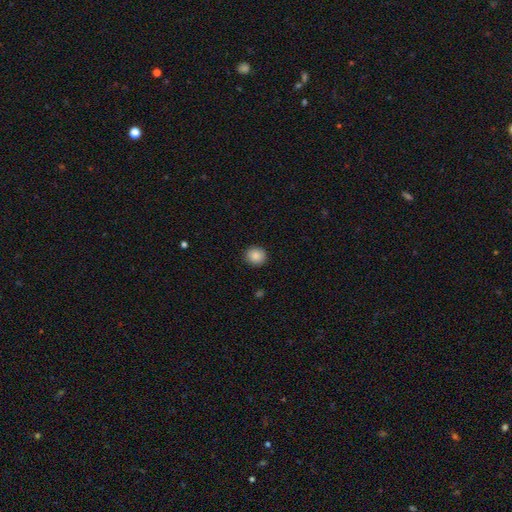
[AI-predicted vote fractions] This is clearly a smooth galaxy (87%). How rounded: clearly round (88%). Merging: clearly none (91%).